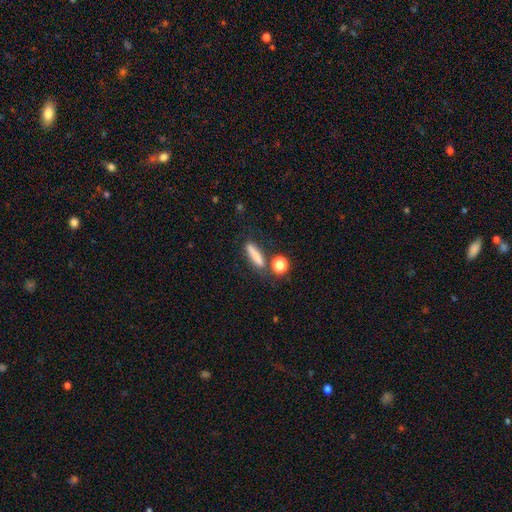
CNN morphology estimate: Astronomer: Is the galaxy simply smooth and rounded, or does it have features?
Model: smooth — 78%.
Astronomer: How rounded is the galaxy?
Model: cigar-shaped — 74%.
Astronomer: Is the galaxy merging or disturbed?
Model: none — 70%.